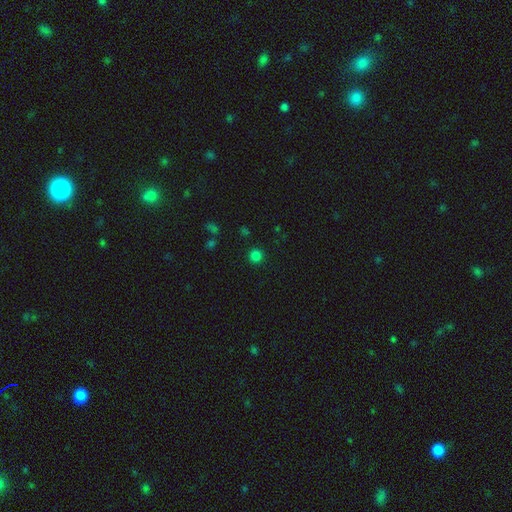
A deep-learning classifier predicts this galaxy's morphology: This is clearly a smooth galaxy (81%). How rounded: clearly round (94%). Merging: clearly none (91%).